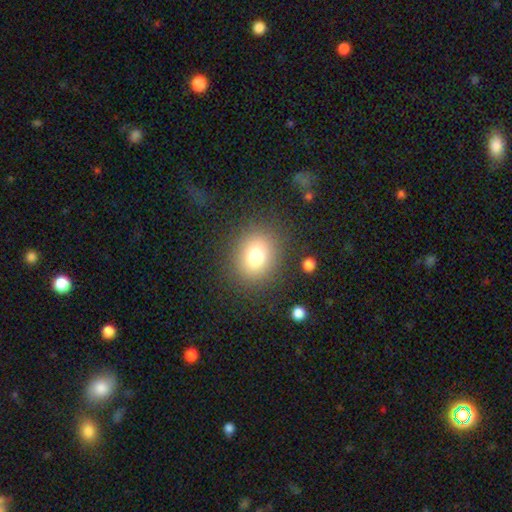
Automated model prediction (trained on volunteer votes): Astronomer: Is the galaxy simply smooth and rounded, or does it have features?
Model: smooth — 77%.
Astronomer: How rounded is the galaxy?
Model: round — 59% (runner-up: in between, 40%).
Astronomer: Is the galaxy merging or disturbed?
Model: none — 85%.